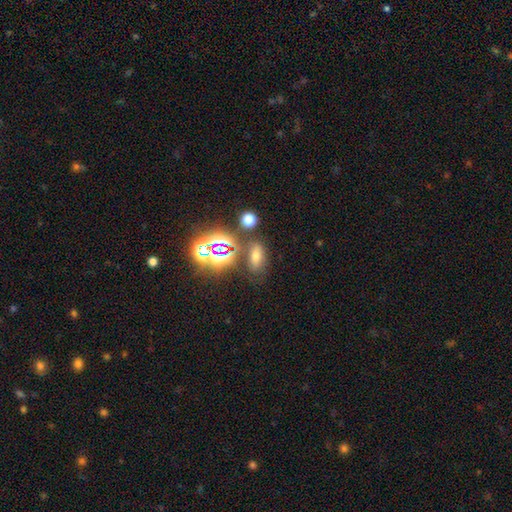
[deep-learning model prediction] Smooth or featured? Predicted: smooth (p=0.47). Merging? Predicted: none (p=0.74).